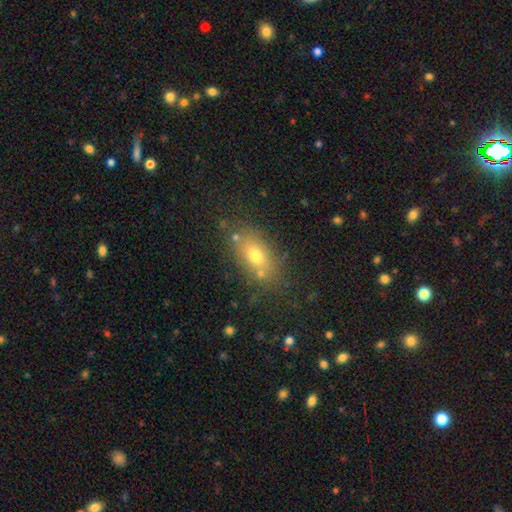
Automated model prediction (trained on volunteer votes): Morphology: type=smooth (70%); roundness=in between (80%); merging=none (74%).